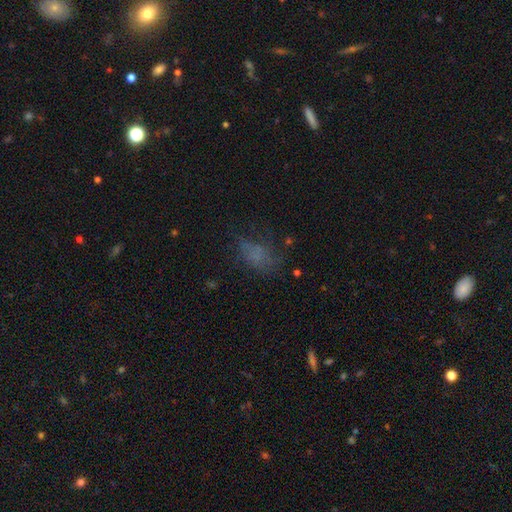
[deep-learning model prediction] Overall: smooth (57%; star or artifact 24%). How rounded: in between (78%). Merging: none (52%; major disturbance 23%).